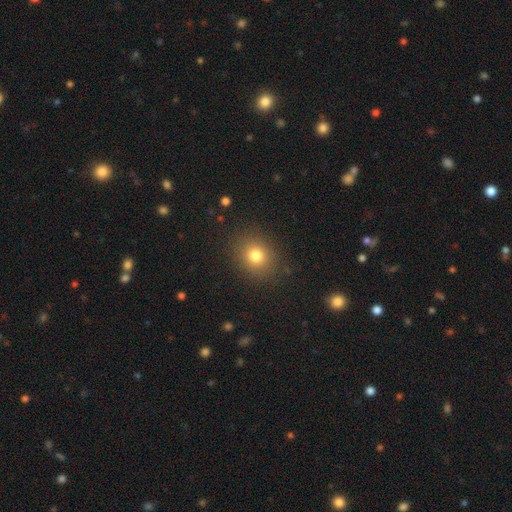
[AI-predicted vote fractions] smooth-or-featured: smooth: 78% | star or artifact: 13% | featured or disk: 9%
  how-rounded: round: 66% | in between: 33% | cigar-shaped: 1%
  merging: none: 87% | minor disturbance: 9% | major disturbance: 3% | merger: 1%